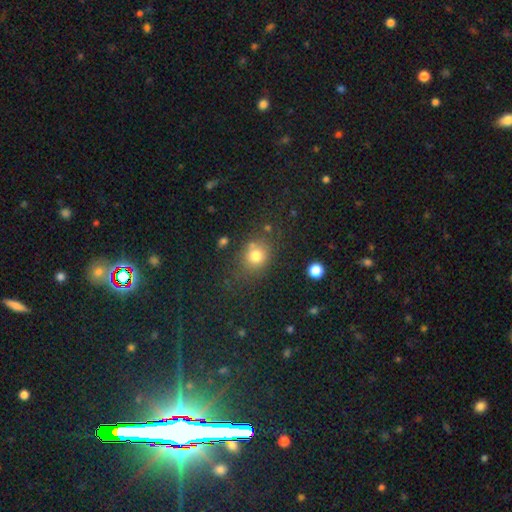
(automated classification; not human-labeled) Smooth or featured? smooth (76%)
How rounded? round (72%)
Merging? none (69%)